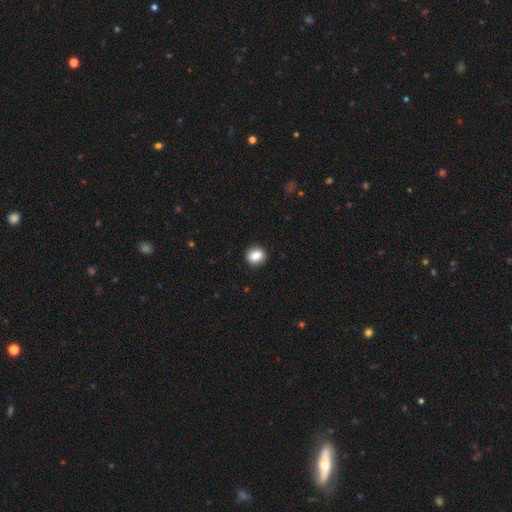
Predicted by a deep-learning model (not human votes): This appears to be a smooth galaxy with no disk features (84%) that is in between round and cigar-shaped (51%). Merging: none (87%).